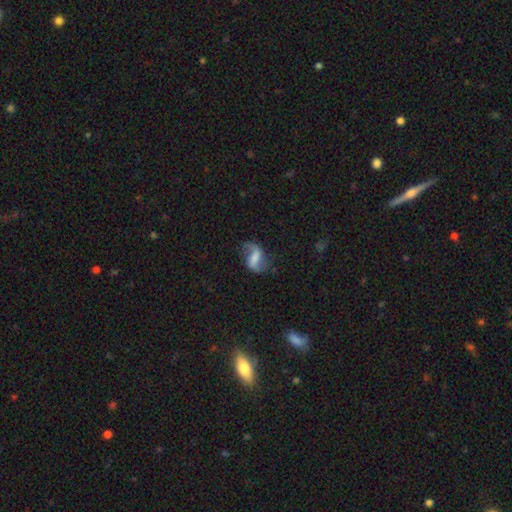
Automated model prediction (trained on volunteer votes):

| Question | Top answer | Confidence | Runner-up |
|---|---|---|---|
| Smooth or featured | featured or disk | 78% | smooth (14%) |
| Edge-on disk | no | 97% | yes (3%) |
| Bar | weak | 45% | strong (34%) |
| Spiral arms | yes | 94% | no (6%) |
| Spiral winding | loose | 68% | medium (26%) |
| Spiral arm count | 2 | 89% | 1 (5%) |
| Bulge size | none | 33% | moderate (28%) |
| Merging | none | 71% | minor disturbance (17%) |